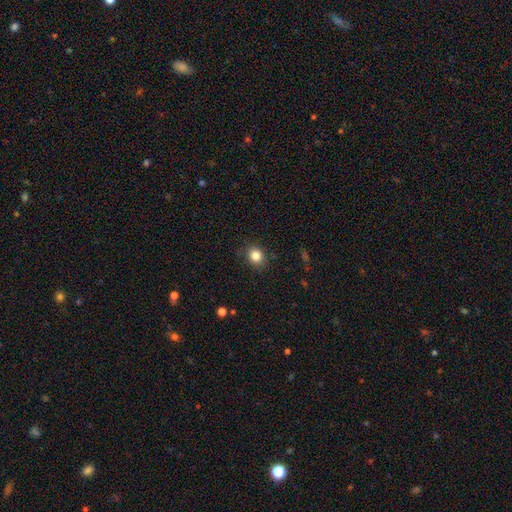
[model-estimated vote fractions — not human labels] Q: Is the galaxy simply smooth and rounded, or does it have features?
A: smooth — 83%.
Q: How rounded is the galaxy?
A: round — 70%.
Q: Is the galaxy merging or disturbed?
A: none — 86%.